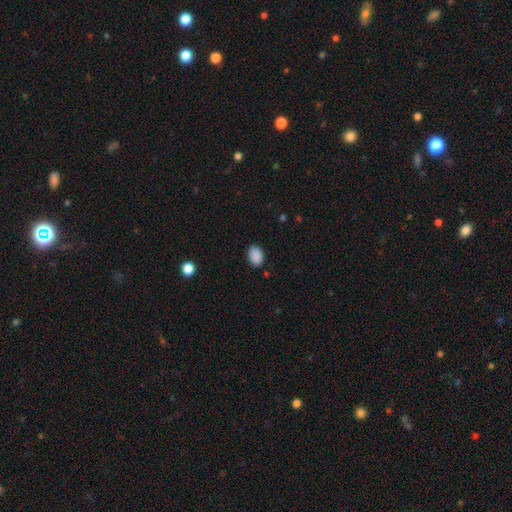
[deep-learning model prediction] Smooth or featured? Predicted: smooth (p=0.89). How rounded? Predicted: in between (p=0.84). Merging? Predicted: none (p=0.85).